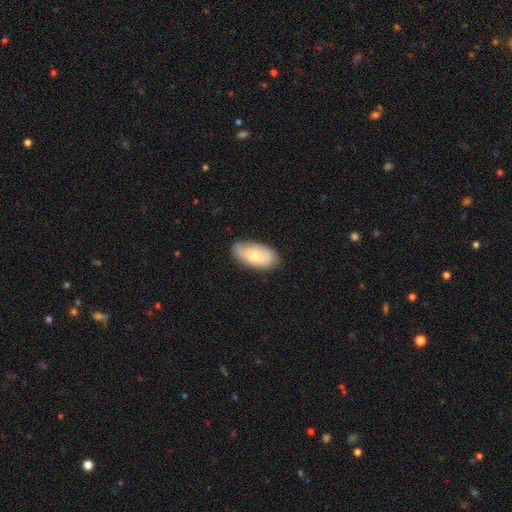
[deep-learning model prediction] Smooth or featured? Predicted: smooth (p=0.63). How rounded? Predicted: in between (p=0.93). Merging? Predicted: none (p=0.74).